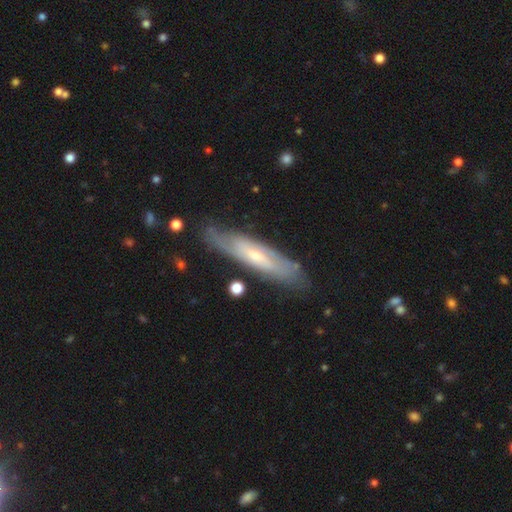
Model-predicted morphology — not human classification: A featured or disk galaxy (64%).

Vote fractions:
- Smooth or featured? featured or disk: 64% / smooth: 31% / star or artifact: 6%
- Edge-on disk? no: 52% / yes: 48%
- Merging? none: 78% / minor disturbance: 16% / major disturbance: 4% / merger: 2%